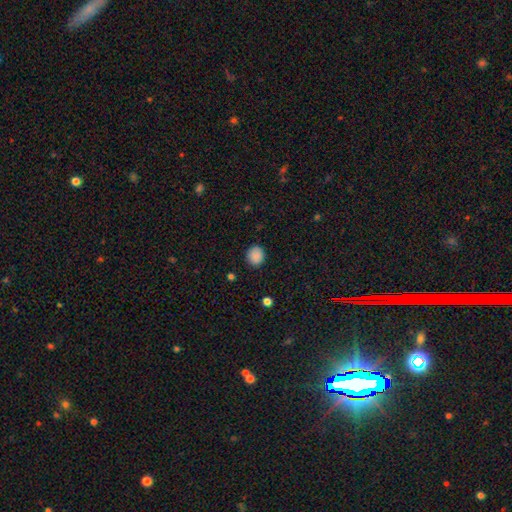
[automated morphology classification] smooth 88%, star or artifact 9%, featured or disk 3%. Down the decision tree: how rounded — round (79%); merging — none (88%).